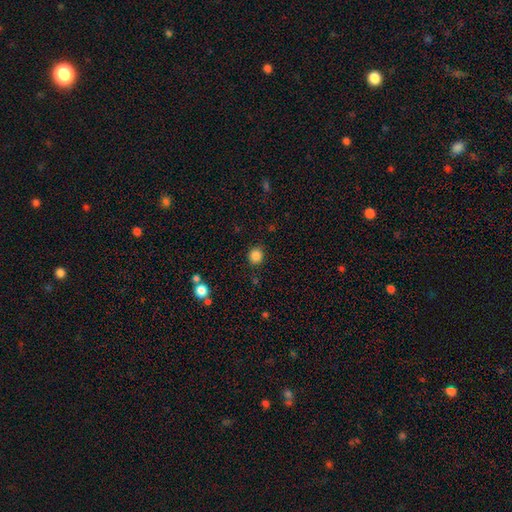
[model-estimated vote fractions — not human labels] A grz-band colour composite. It shows a smooth galaxy with no disk features (85%) that is round (85%). Merging: none (87%).